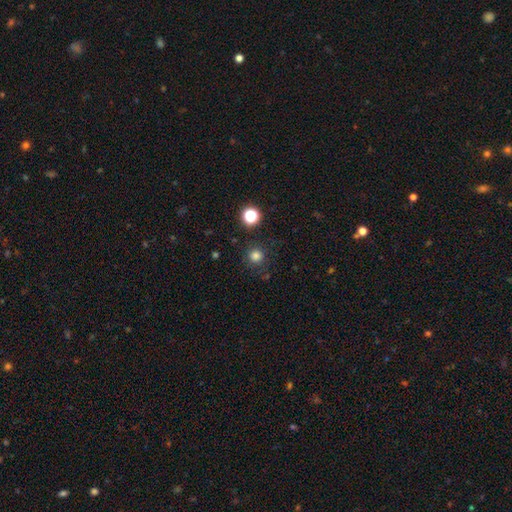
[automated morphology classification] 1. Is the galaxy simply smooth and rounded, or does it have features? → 81% smooth, 15% star or artifact, 4% featured or disk.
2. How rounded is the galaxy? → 94% round, 5% in between, 1% cigar-shaped.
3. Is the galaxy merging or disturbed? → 86% none, 8% minor disturbance, 3% major disturbance, 2% merger.